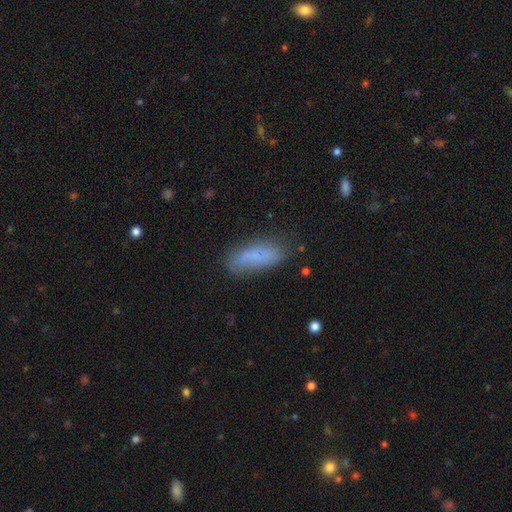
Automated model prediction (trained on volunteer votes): Q: Smooth or featured?
A: smooth (79%); runner-up: featured or disk (13%)
Q: How rounded?
A: in between (59%); runner-up: cigar-shaped (39%)
Q: Merging?
A: none (68%); runner-up: minor disturbance (22%)